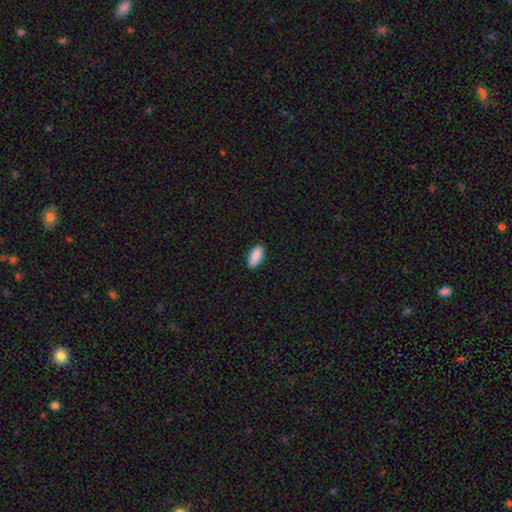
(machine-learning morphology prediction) type=smooth (90%); roundness=in between (88%); merging=none (88%).